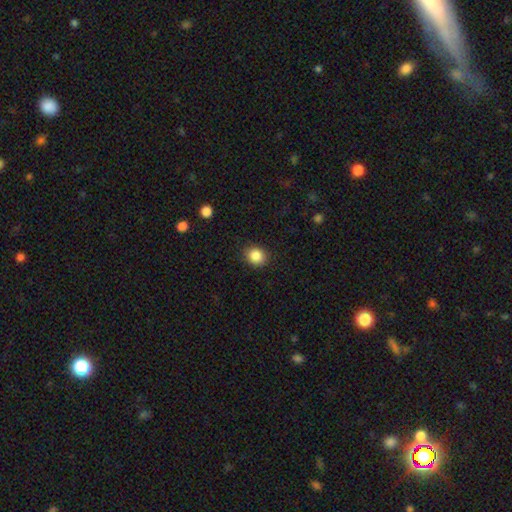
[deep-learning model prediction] Smooth or featured?
  - smooth: 87% *
  - star or artifact: 9%
  - featured or disk: 4%
How rounded?
  - round: 69% *
  - in between: 30%
  - cigar-shaped: 1%
Merging?
  - none: 89% *
  - minor disturbance: 8%
  - major disturbance: 2%
  - merger: 1%